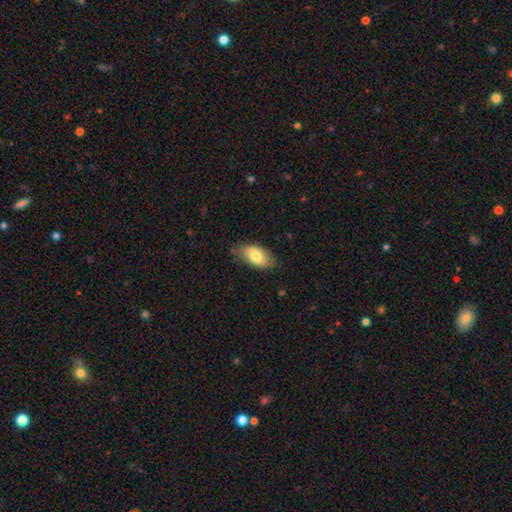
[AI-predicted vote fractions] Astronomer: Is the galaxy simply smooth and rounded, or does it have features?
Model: smooth — 76%.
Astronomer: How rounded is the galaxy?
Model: in between — 93%.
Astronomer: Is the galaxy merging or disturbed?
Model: none — 77%.